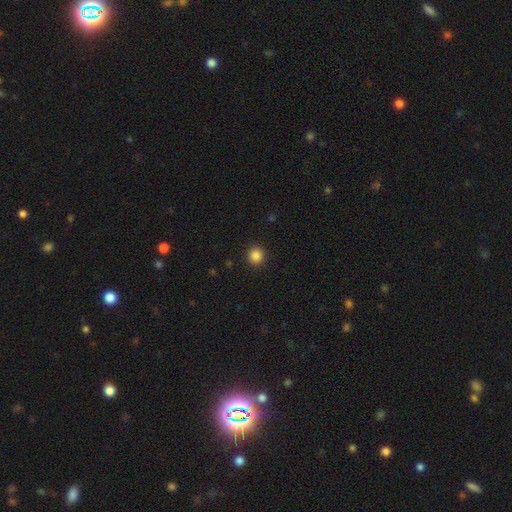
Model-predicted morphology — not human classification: Q: Smooth or featured?
A: smooth (86%); runner-up: star or artifact (11%)
Q: How rounded?
A: round (93%); runner-up: in between (6%)
Q: Merging?
A: none (92%); runner-up: minor disturbance (5%)